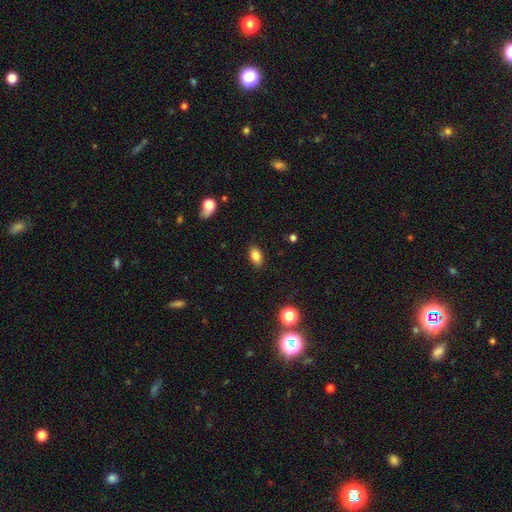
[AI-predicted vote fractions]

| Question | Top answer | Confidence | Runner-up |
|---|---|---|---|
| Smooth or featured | smooth | 84% | star or artifact (10%) |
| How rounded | in between | 89% | round (8%) |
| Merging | none | 87% | minor disturbance (10%) |